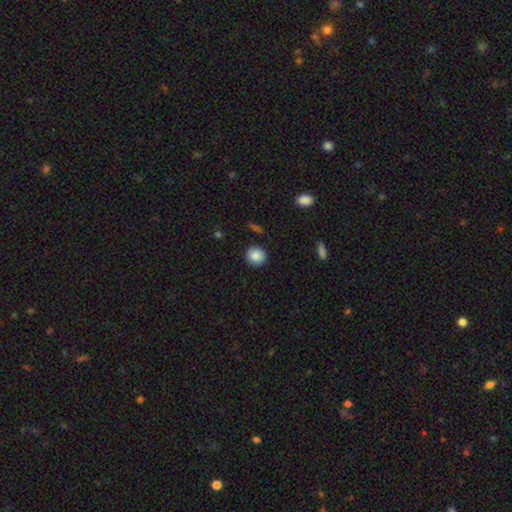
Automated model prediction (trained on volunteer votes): The model was most divided on "how rounded": round: 88%, in between: 11%, cigar-shaped: 1%. More confident: merging — none (89%); smooth or featured — smooth (87%).